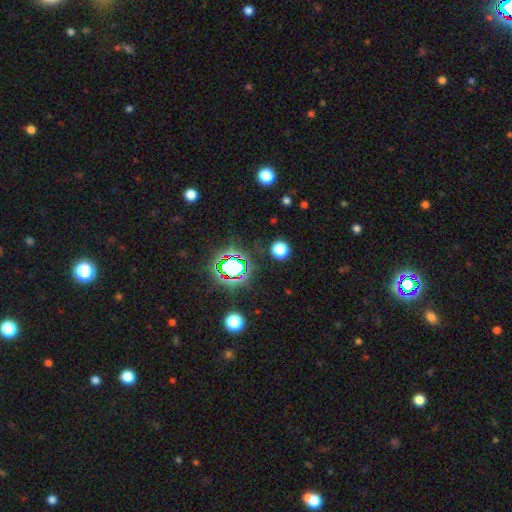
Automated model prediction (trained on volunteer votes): A star or artifact, not a galaxy (78%).